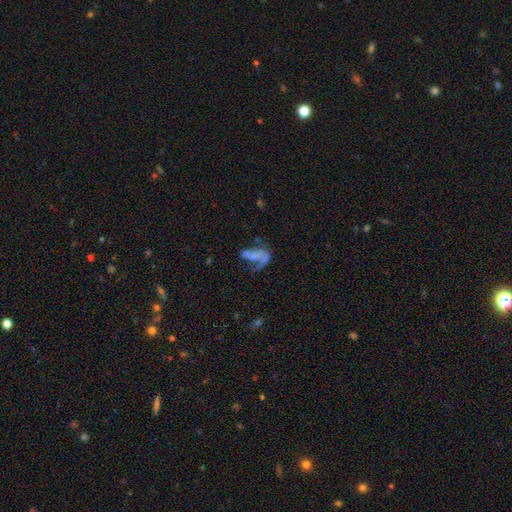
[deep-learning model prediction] featured or disk 49%, smooth 37%, star or artifact 14%. Down the decision tree: merging — major disturbance (42%).